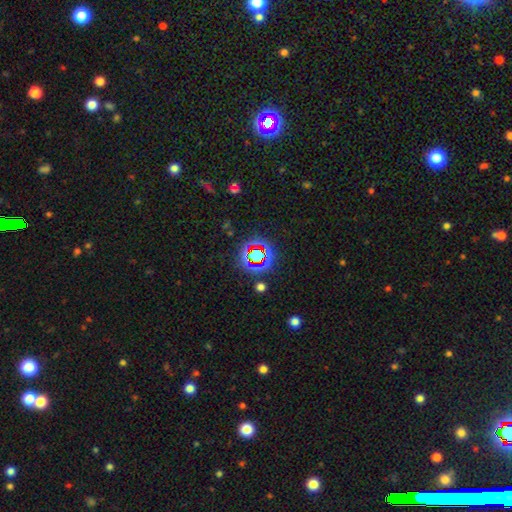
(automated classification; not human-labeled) Smooth or featured: star or artifact — 69% (smooth — 21%)